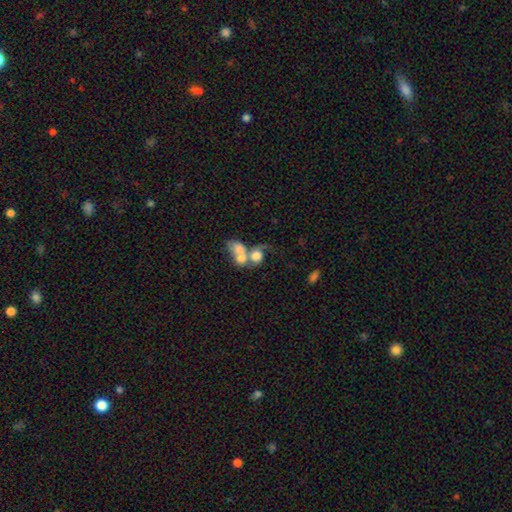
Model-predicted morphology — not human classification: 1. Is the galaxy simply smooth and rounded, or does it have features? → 62% smooth, 28% featured or disk, 10% star or artifact.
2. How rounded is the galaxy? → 53% round, 45% in between, 2% cigar-shaped.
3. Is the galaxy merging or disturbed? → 71% merger, 12% major disturbance, 12% none, 6% minor disturbance.